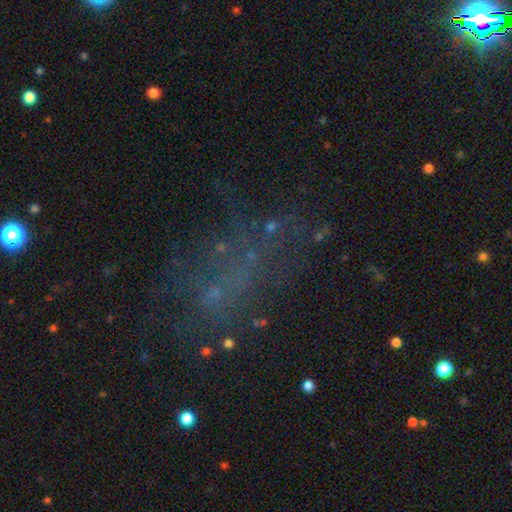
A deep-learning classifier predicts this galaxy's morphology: Smooth or featured: star or artifact — 40% (featured or disk — 32%)